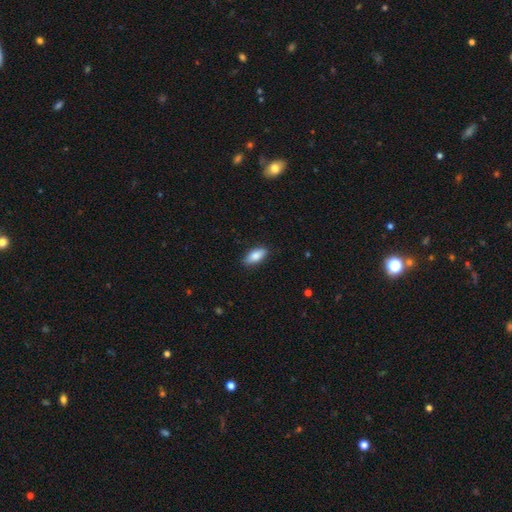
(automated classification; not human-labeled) A smooth galaxy with no disk features (84%) that is in between round and cigar-shaped (85%). Merging: none (87%).